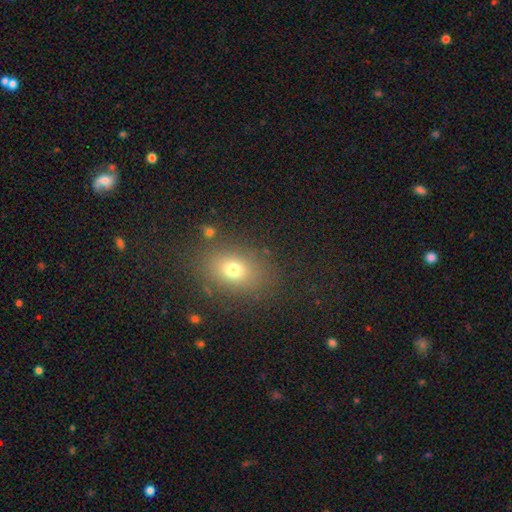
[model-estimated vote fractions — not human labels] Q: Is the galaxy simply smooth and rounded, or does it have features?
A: smooth — 68%.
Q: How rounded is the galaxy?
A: in between — 62%.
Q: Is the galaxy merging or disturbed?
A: none — 83%.